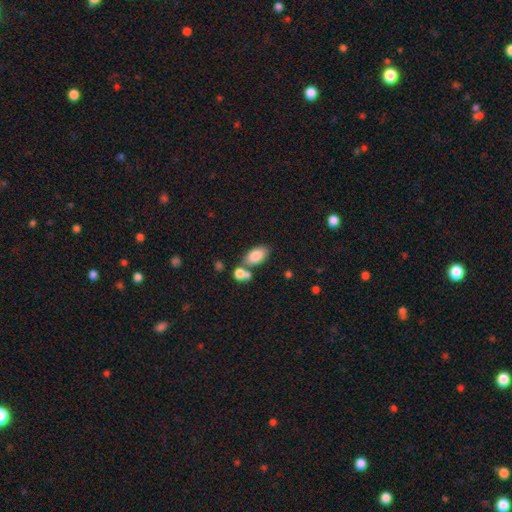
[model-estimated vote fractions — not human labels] Smooth or featured?
  - smooth: 81% *
  - featured or disk: 11%
  - star or artifact: 8%
How rounded?
  - in between: 92% *
  - round: 6%
  - cigar-shaped: 3%
Merging?
  - none: 61% *
  - merger: 23%
  - minor disturbance: 12%
  - major disturbance: 4%